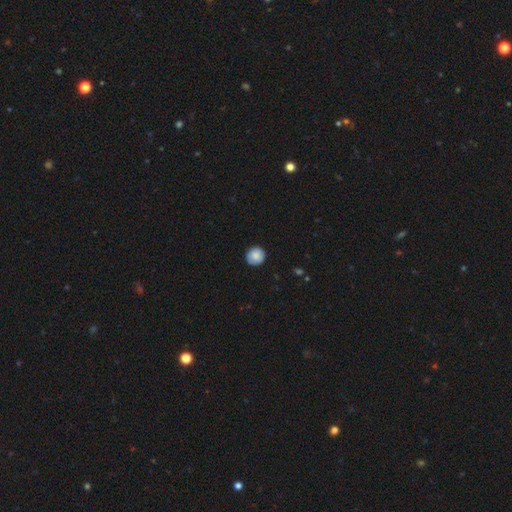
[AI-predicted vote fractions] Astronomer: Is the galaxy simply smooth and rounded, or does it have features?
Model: smooth — 84%.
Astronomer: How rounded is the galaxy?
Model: round — 93%.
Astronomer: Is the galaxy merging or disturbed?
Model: none — 88%.